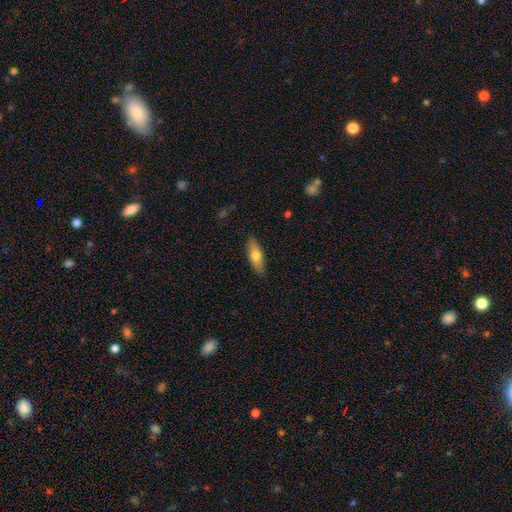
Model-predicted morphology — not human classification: A smooth galaxy with no disk features (67%) that is in between round and cigar-shaped (62%). Merging: none (87%).